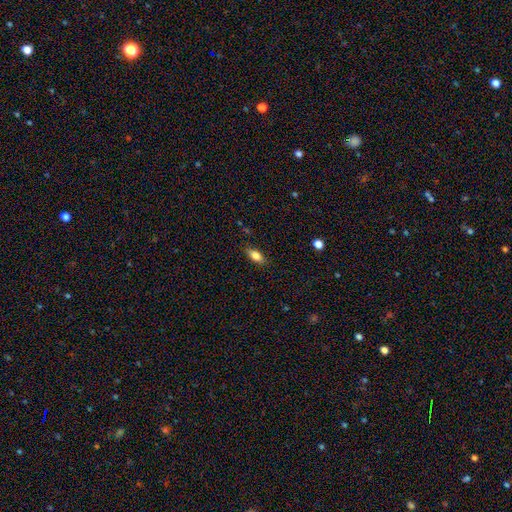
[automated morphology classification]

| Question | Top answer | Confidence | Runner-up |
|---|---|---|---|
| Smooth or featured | smooth | 80% | featured or disk (12%) |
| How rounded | in between | 83% | cigar-shaped (13%) |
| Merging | none | 85% | minor disturbance (11%) |